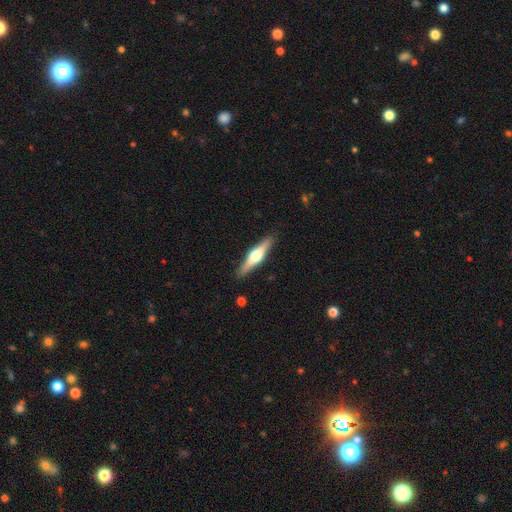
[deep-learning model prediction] The model was most divided on "smooth or featured": featured or disk: 64%, smooth: 31%, star or artifact: 5%. More confident: edge-on disk — yes (97%); edge-on bulge — rounded (94%); merging — none (90%).